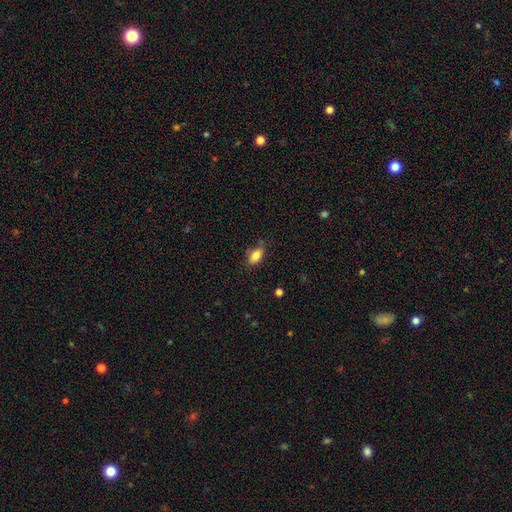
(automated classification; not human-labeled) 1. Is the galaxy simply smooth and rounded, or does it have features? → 84% smooth, 8% star or artifact, 8% featured or disk.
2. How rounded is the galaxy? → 88% in between, 7% round, 5% cigar-shaped.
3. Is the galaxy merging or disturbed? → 74% none, 19% minor disturbance, 4% major disturbance, 3% merger.